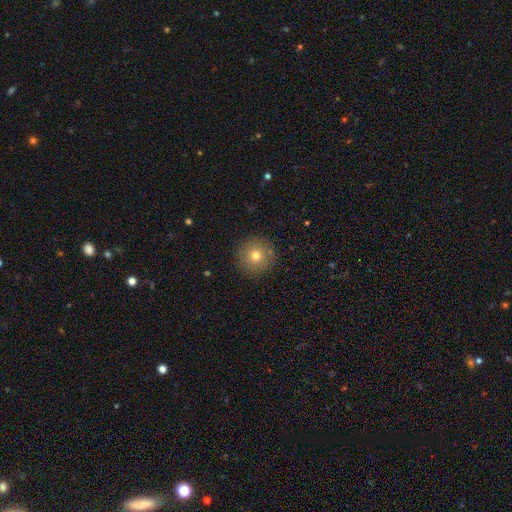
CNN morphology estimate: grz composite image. It shows a smooth galaxy with no disk features (75%) that is round (96%). Merging: none (89%).